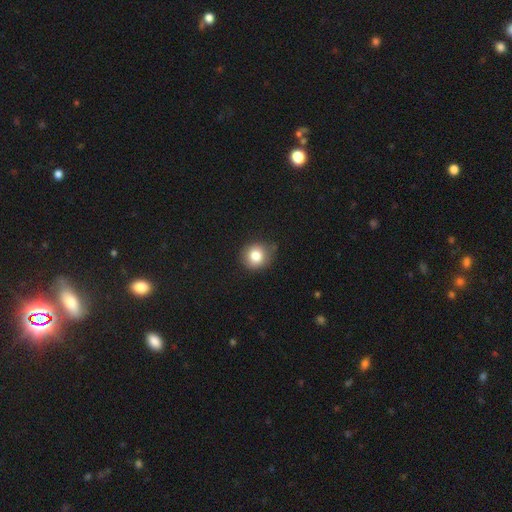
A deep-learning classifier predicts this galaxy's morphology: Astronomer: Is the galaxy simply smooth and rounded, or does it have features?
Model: smooth — 82%.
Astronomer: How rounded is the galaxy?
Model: round — 85%.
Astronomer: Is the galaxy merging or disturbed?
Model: none — 78%.